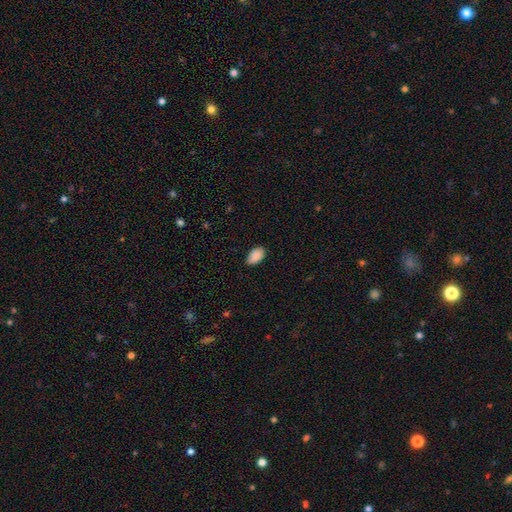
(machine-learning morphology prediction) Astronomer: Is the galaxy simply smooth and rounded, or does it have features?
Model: smooth — 90%.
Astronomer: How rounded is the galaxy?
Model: in between — 94%.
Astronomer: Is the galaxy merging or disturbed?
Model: none — 82%.